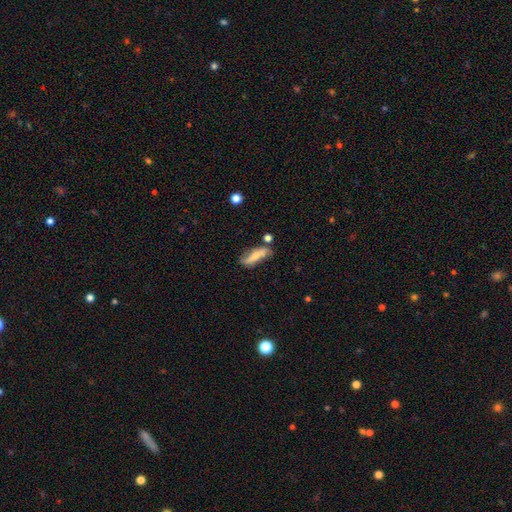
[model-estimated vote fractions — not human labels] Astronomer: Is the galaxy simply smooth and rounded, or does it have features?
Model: smooth — 49% (runner-up: featured or disk, 44%).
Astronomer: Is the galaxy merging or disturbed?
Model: none — 62%.